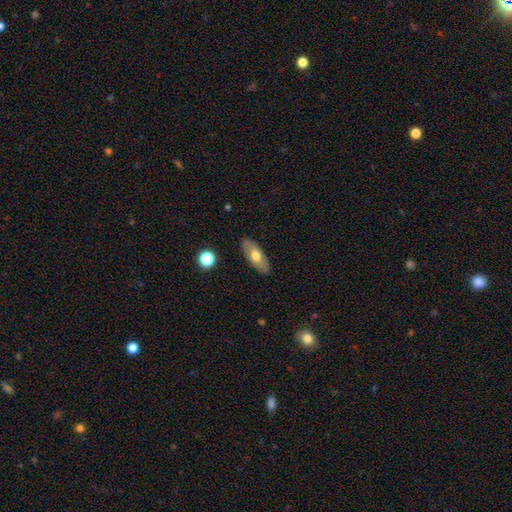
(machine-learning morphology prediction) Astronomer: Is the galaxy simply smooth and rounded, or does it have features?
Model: smooth — 59%.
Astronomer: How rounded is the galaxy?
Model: in between — 85%.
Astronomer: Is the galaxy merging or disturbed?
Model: none — 87%.